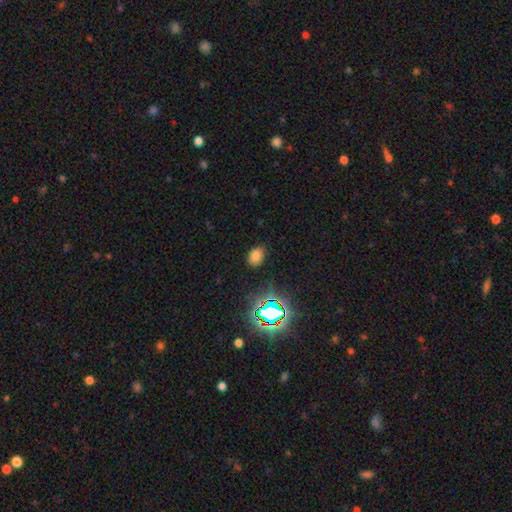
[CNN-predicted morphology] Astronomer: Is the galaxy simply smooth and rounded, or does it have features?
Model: smooth — 72%.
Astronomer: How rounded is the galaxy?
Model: in between — 76%.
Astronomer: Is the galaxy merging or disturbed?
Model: none — 83%.